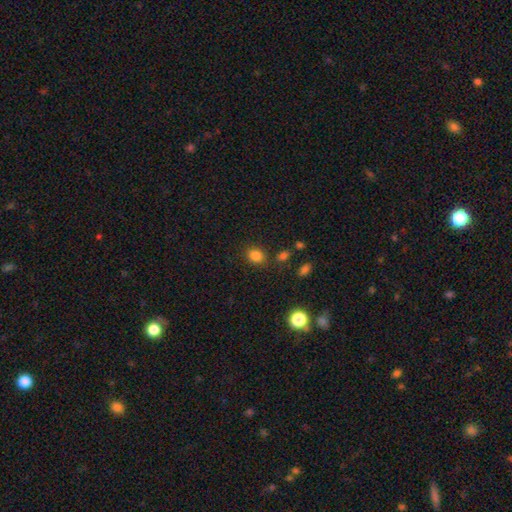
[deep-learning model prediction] The model was most divided on "how rounded": round: 61%, in between: 38%, cigar-shaped: 1%. More confident: smooth or featured — smooth (82%); merging — none (82%).